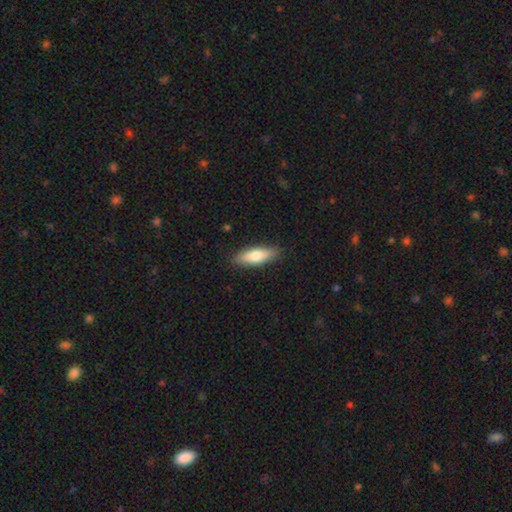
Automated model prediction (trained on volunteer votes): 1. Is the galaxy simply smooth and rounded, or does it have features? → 72% smooth, 23% featured or disk, 6% star or artifact.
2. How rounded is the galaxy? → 54% in between, 44% cigar-shaped, 2% round.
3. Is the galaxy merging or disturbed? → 87% none, 10% minor disturbance, 2% major disturbance, 1% merger.